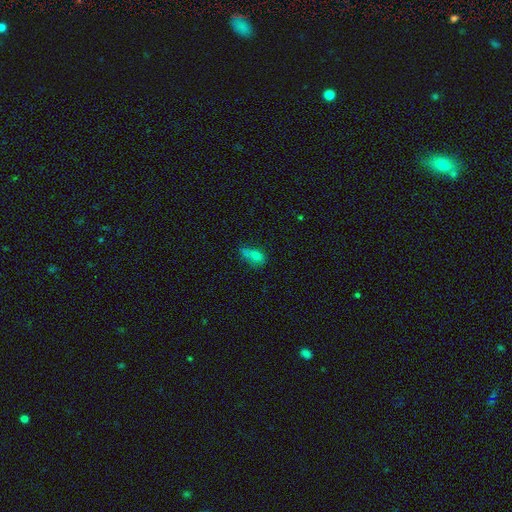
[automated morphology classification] Smooth or featured? Predicted: smooth (p=0.70). How rounded? Predicted: in between (p=0.72). Merging? Predicted: minor disturbance (p=0.31, tied with none).